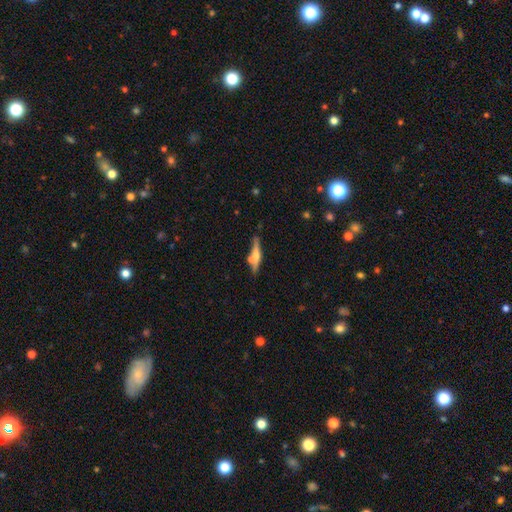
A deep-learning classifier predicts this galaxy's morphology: This appears to be a featured or disk galaxy (52%) viewed edge-on (93%). Merging: none (69%).